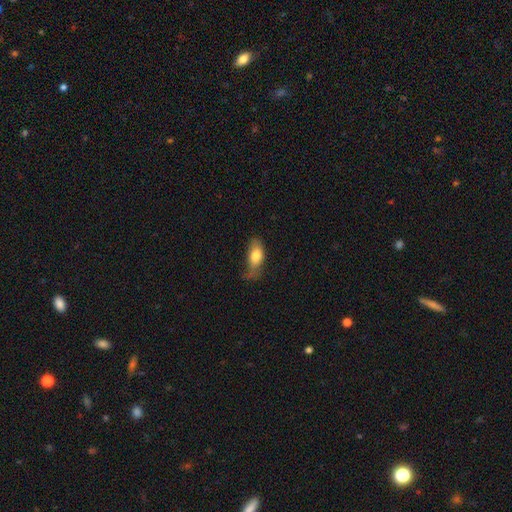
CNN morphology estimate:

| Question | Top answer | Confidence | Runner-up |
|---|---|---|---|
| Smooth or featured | smooth | 77% | featured or disk (16%) |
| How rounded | in between | 87% | cigar-shaped (8%) |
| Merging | none | 39% | minor disturbance (36%) |